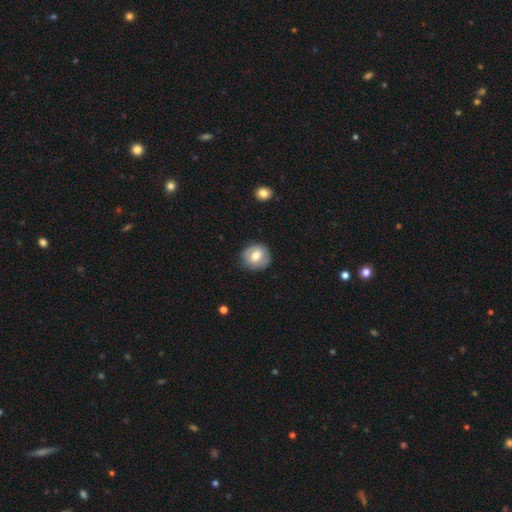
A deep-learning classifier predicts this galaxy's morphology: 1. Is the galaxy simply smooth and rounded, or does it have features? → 67% smooth, 25% featured or disk, 7% star or artifact.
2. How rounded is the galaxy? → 81% round, 18% in between, 1% cigar-shaped.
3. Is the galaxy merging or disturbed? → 84% none, 12% minor disturbance, 3% major disturbance, 1% merger.